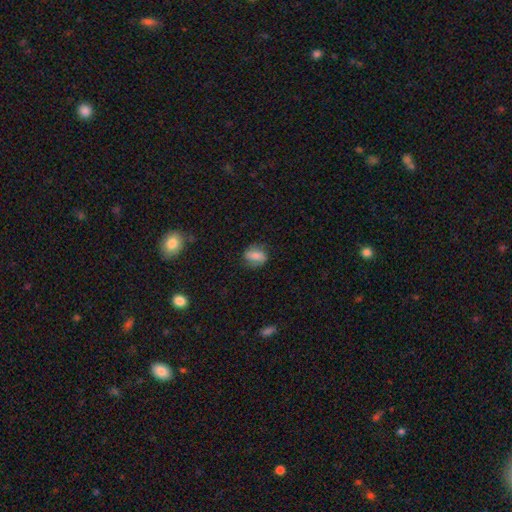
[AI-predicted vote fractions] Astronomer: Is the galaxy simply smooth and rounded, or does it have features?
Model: smooth — 68%.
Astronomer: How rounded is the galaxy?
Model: in between — 69%.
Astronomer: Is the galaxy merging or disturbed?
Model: none — 73%.